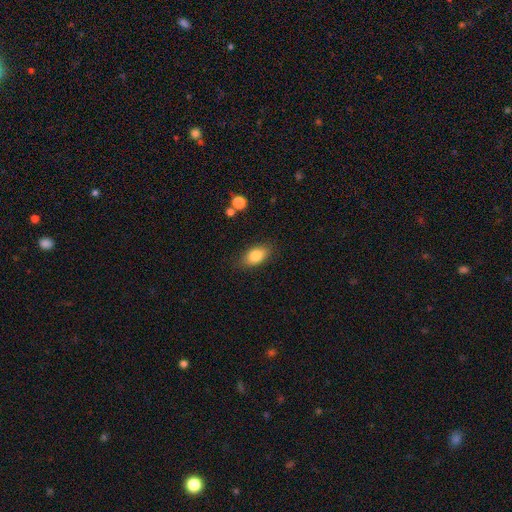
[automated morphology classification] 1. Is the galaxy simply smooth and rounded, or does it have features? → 83% smooth, 9% featured or disk, 8% star or artifact.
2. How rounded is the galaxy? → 89% in between, 8% round, 3% cigar-shaped.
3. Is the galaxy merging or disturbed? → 83% none, 13% minor disturbance, 3% major disturbance, 1% merger.